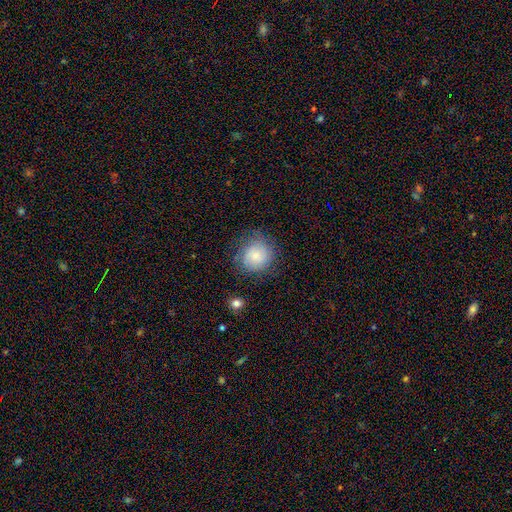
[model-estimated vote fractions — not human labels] Smooth or featured? smooth (79%)
How rounded? round (86%)
Merging? none (73%)